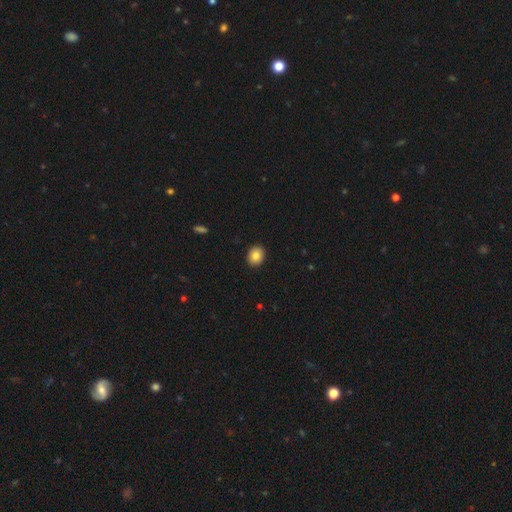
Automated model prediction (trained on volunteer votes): smooth_or_featured: smooth (p=0.83) [alt: star or artifact p=0.09]
how_rounded: round (p=0.61) [alt: in between p=0.39]
merging: none (p=0.91) [alt: minor disturbance p=0.06]